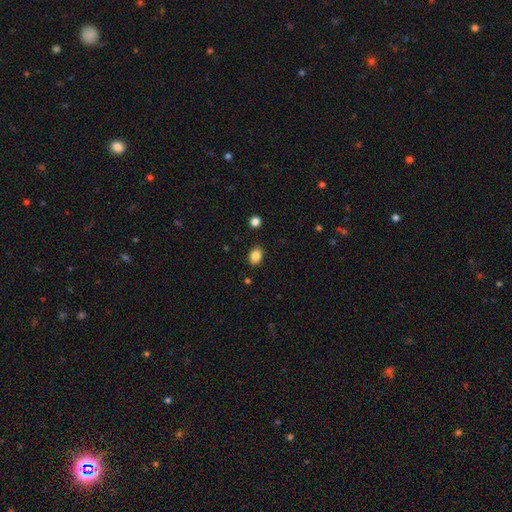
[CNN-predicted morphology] smooth-or-featured: smooth: 84% | star or artifact: 9% | featured or disk: 6%
  how-rounded: in between: 76% | round: 23% | cigar-shaped: 1%
  merging: none: 87% | minor disturbance: 9% | major disturbance: 2% | merger: 2%